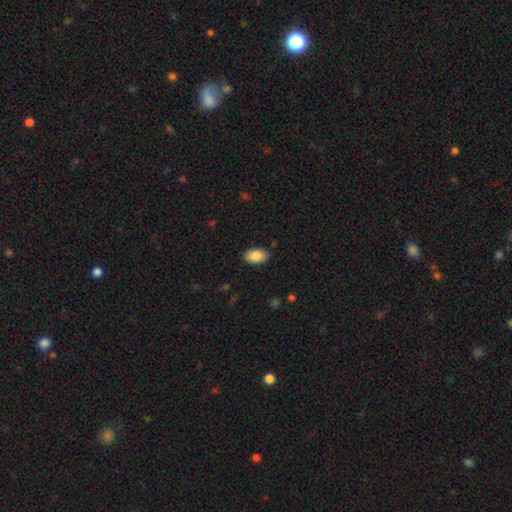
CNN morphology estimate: Smooth or featured? smooth (86%)
How rounded? in between (93%)
Merging? none (88%)